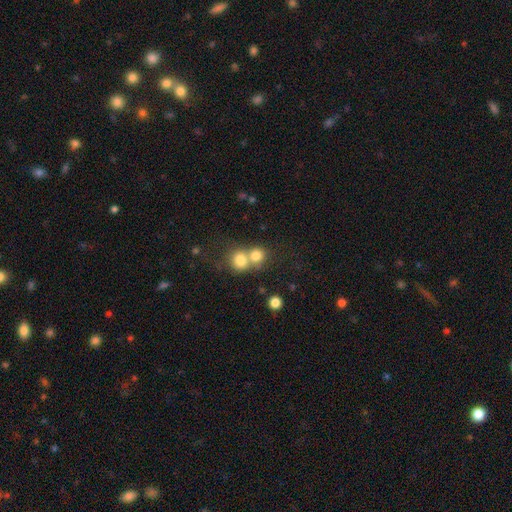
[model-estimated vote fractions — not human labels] The model was most divided on "merging": merger: 58%, none: 34%, minor disturbance: 5%, major disturbance: 3%. More confident: how rounded — round (81%); smooth or featured — smooth (78%).